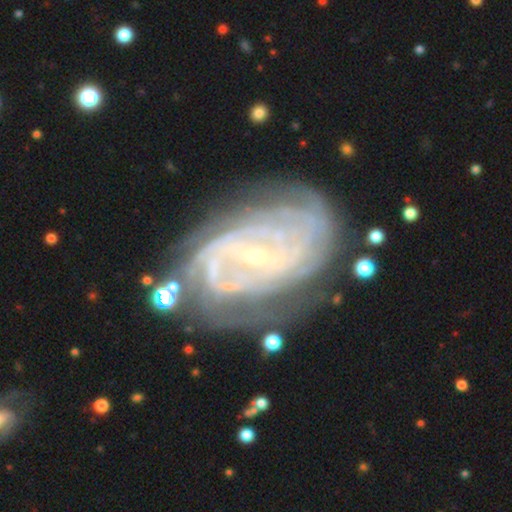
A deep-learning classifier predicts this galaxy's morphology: Smooth or featured?
  - featured or disk: 88% *
  - star or artifact: 6%
  - smooth: 6%
Edge-on disk?
  - no: 96% *
  - yes: 4%
Bar?
  - weak: 41% *
  - strong: 35%
  - no: 23%
Spiral arms?
  - yes: 94% *
  - no: 6%
Spiral winding?
  - tight: 67% *
  - medium: 26%
  - loose: 7%
Spiral arm count?
  - can't tell: 36% *
  - 2: 20%
  - 3: 14%
  - 4: 14%
  - more than 4: 9%
  - 1: 7%
Bulge size?
  - small: 85% *
  - moderate: 11%
  - none: 2%
  - large: 1%
  - dominant: 1%
Merging?
  - none: 61% *
  - minor disturbance: 22%
  - major disturbance: 12%
  - merger: 4%